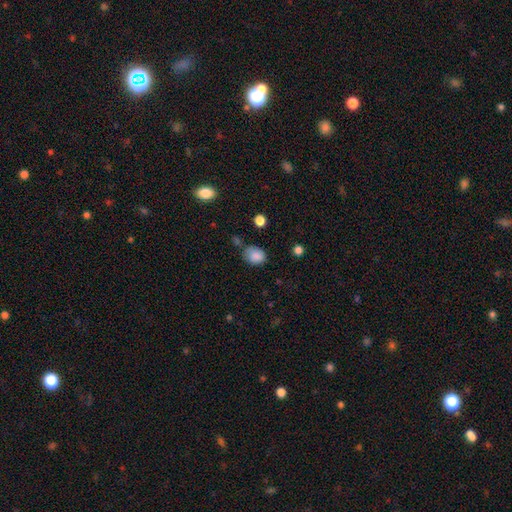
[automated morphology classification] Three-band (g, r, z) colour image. It shows a smooth galaxy with no disk features (85%) that is in between round and cigar-shaped (55%). Merging: none (56%).